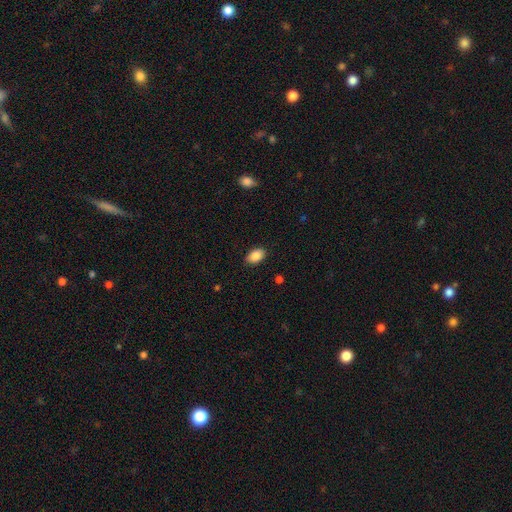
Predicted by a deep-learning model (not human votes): smooth-or-featured: smooth: 89% | star or artifact: 7% | featured or disk: 4%
  how-rounded: in between: 90% | round: 9% | cigar-shaped: 1%
  merging: none: 87% | minor disturbance: 10% | major disturbance: 2% | merger: 1%